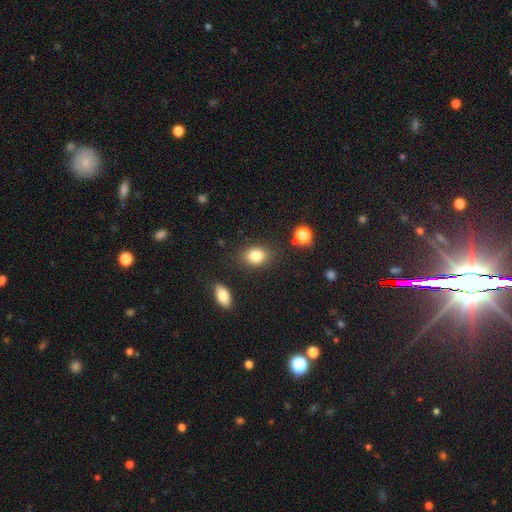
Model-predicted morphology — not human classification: smooth 82%, star or artifact 10%, featured or disk 8%. Down the decision tree: how rounded — in between (69%); merging — none (82%).